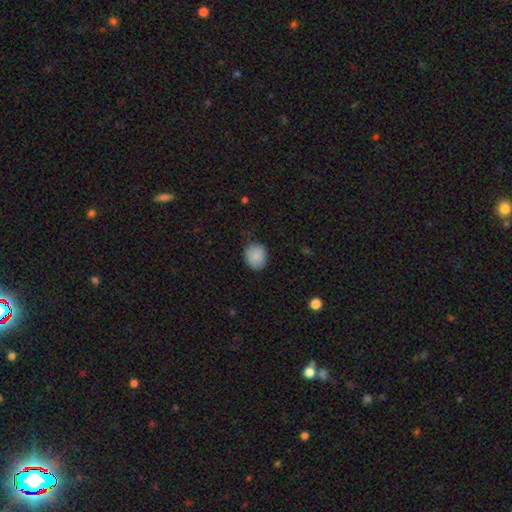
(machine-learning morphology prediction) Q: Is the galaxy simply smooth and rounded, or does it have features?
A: smooth — 87%.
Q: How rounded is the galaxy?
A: round — 59%.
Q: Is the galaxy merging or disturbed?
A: none — 72%.